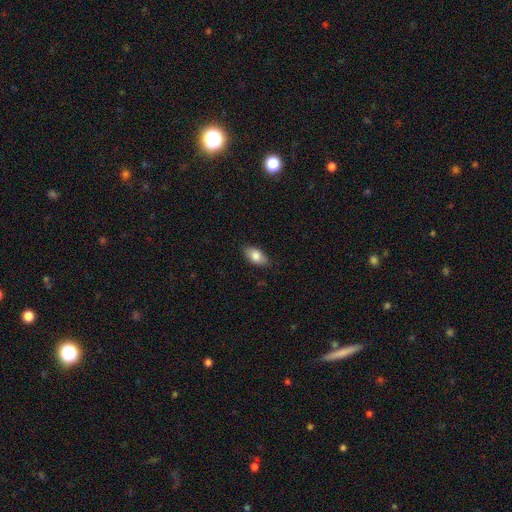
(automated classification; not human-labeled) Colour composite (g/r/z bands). It shows a smooth galaxy with no disk features (82%) that is in between round and cigar-shaped (92%). Merging: none (85%).